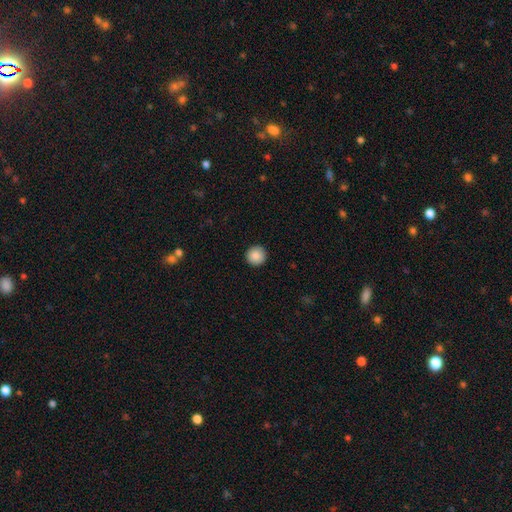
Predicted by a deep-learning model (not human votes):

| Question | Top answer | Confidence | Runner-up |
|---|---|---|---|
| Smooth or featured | smooth | 88% | star or artifact (8%) |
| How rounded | round | 95% | in between (4%) |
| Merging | none | 93% | minor disturbance (5%) |